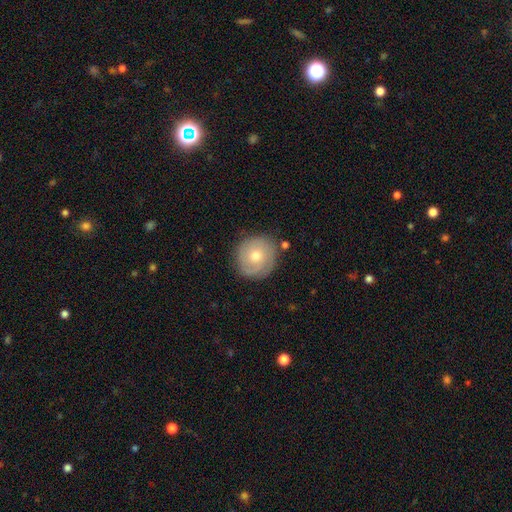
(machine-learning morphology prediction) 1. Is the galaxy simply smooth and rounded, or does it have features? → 51% smooth, 41% featured or disk, 8% star or artifact.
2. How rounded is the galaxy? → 91% round, 8% in between, 1% cigar-shaped.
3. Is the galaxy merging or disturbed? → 81% none, 13% minor disturbance, 3% major disturbance, 2% merger.